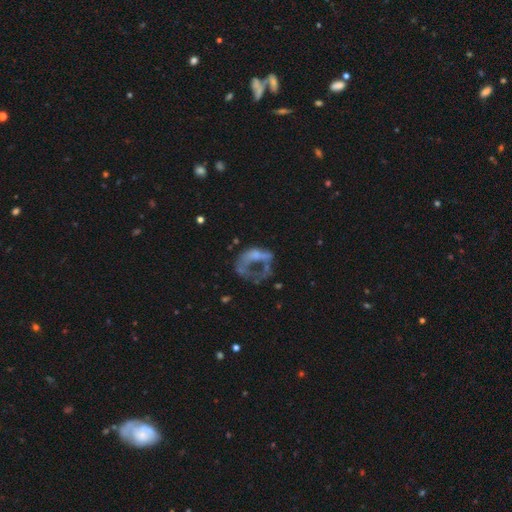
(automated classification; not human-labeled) This is possibly a featured or disk galaxy (57%). It is clearly not viewed edge-on (97%). Bar: clearly no (87%). Spiral arm pattern: clearly no (85%). Central bulge: likely none (66%). Merging: possibly major disturbance (55%).